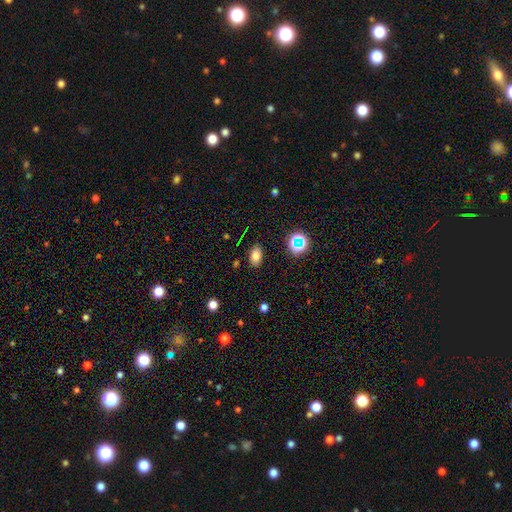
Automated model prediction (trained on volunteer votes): smooth_or_featured: smooth (p=0.76) [alt: star or artifact p=0.15]
how_rounded: in between (p=0.87) [alt: round p=0.11]
merging: none (p=0.84) [alt: minor disturbance p=0.11]